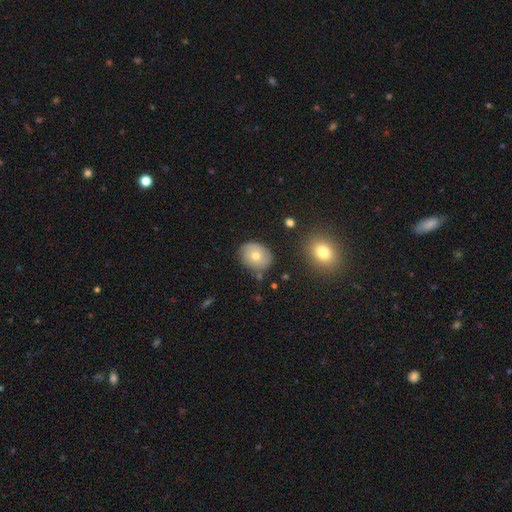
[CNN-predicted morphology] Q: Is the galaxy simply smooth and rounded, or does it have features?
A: smooth — 66%.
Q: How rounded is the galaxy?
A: round — 53%.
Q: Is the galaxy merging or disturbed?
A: none — 77%.